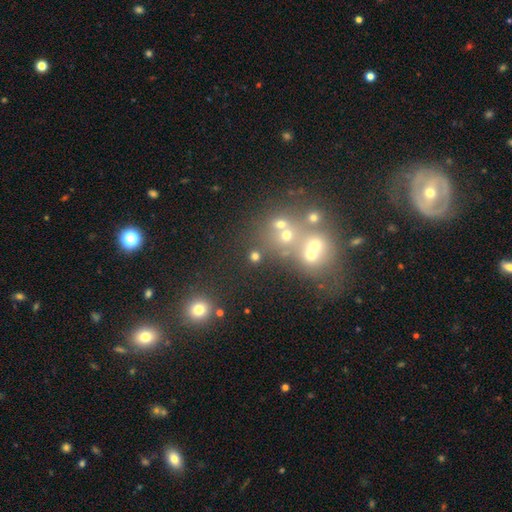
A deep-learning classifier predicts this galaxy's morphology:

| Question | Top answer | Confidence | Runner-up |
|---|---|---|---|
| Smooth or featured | smooth | 39% | star or artifact (33%) |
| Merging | merger | 42% | none (39%) |